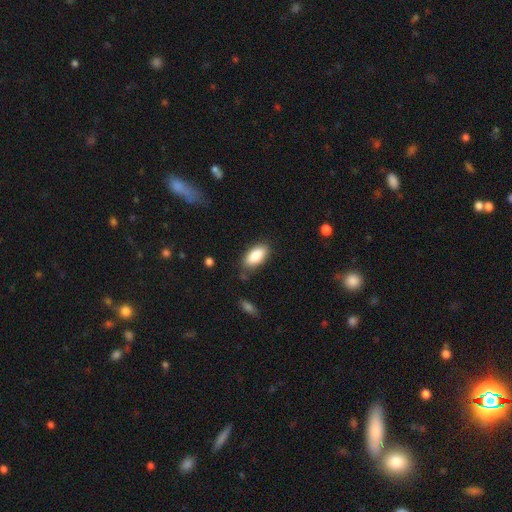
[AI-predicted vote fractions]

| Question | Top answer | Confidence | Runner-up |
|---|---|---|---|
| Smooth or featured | smooth | 87% | featured or disk (7%) |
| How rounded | in between | 92% | cigar-shaped (5%) |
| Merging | none | 81% | minor disturbance (14%) |